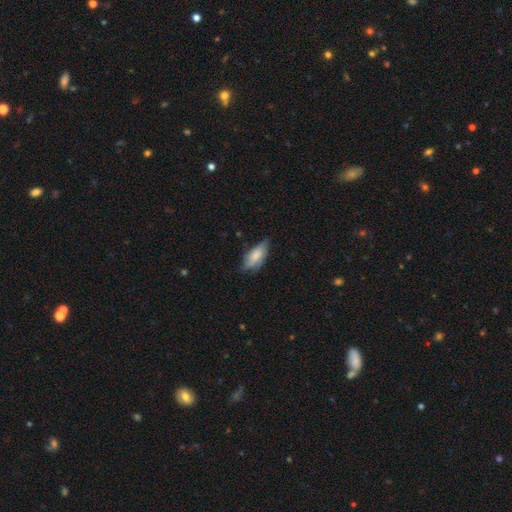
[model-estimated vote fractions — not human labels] The model was most divided on "merging": none: 55%, minor disturbance: 35%, major disturbance: 9%, merger: 2%. More confident: how rounded — in between (80%); smooth or featured — smooth (68%).